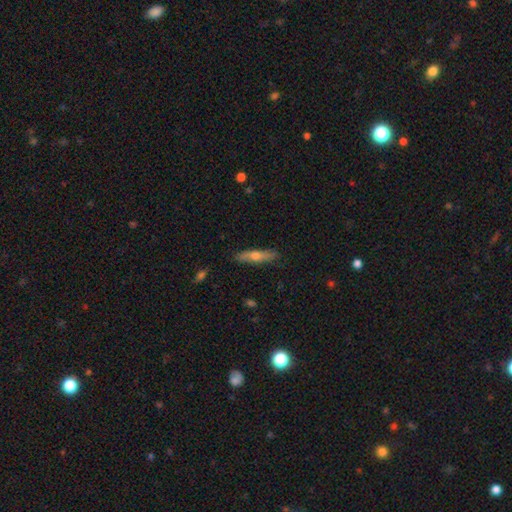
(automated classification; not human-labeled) This appears to be a smooth galaxy with no disk features (50%). Merging: none (87%).